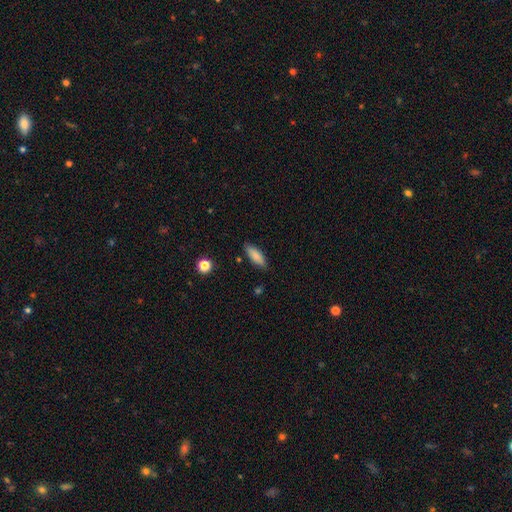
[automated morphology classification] A smooth galaxy with no disk features (84%) that is in between round and cigar-shaped (61%). Merging: none (84%).